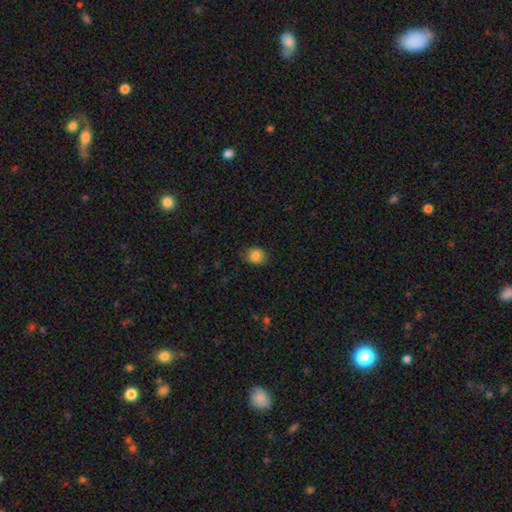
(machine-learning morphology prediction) smooth-or-featured: smooth: 86% | star or artifact: 10% | featured or disk: 5%
  how-rounded: round: 54% | in between: 45% | cigar-shaped: 1%
  merging: none: 80% | minor disturbance: 16% | major disturbance: 4% | merger: 1%